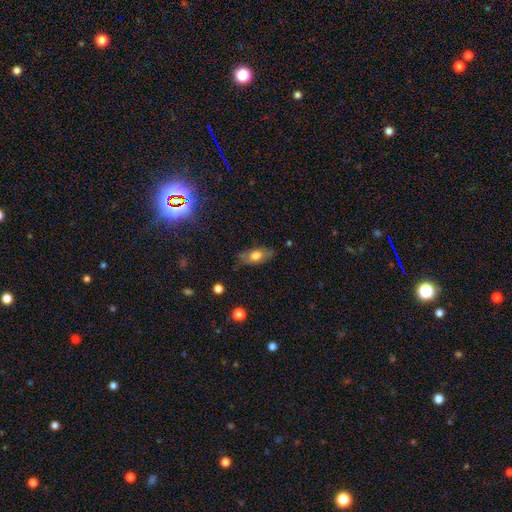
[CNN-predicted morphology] Smooth or featured? Predicted: smooth (p=0.63). How rounded? Predicted: in between (p=0.84). Merging? Predicted: none (p=0.73).